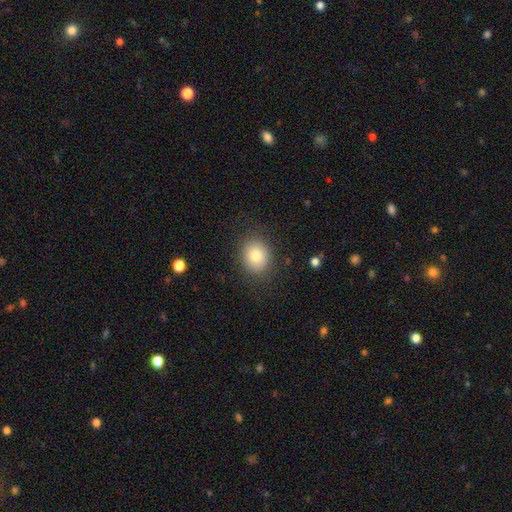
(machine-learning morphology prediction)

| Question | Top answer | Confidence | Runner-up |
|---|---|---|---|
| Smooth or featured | smooth | 81% | star or artifact (9%) |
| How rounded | round | 59% | in between (40%) |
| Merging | none | 85% | minor disturbance (10%) |